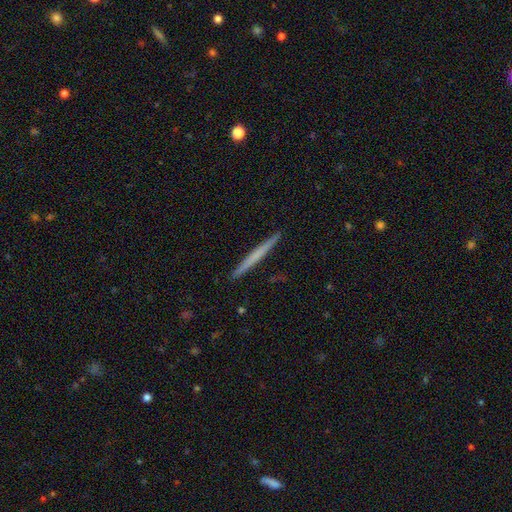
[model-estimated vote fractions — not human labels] Smooth or featured: smooth — 52% (featured or disk — 42%)
How rounded: cigar-shaped — 97% (in between — 1%)
Merging: none — 93% (minor disturbance — 5%)